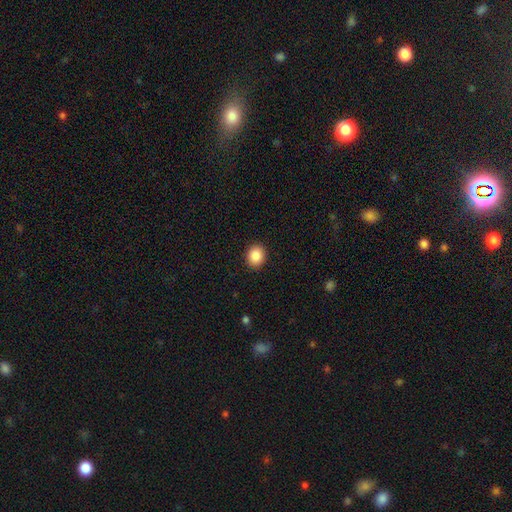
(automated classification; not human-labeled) Q: Smooth or featured?
A: smooth (88%); runner-up: star or artifact (9%)
Q: How rounded?
A: round (69%); runner-up: in between (30%)
Q: Merging?
A: none (91%); runner-up: minor disturbance (6%)